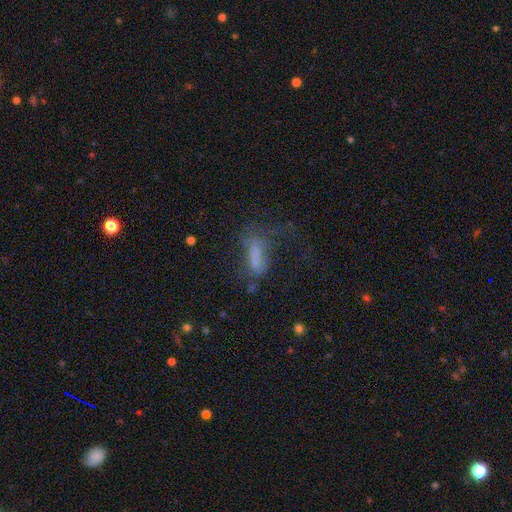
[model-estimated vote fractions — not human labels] Smooth or featured?
  - smooth: 51% *
  - featured or disk: 32%
  - star or artifact: 17%
How rounded?
  - in between: 65% *
  - cigar-shaped: 31%
  - round: 4%
Merging?
  - major disturbance: 47% *
  - none: 28%
  - minor disturbance: 18%
  - merger: 6%